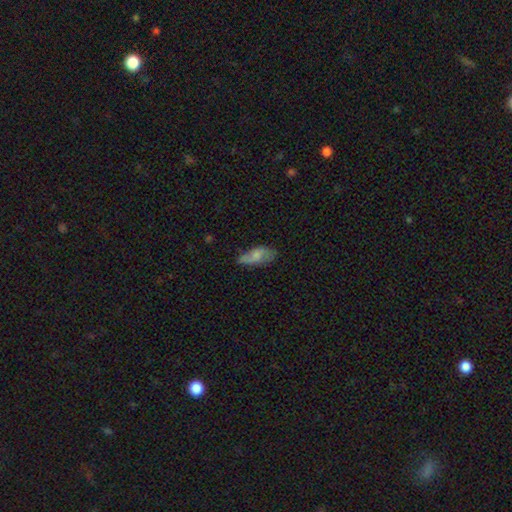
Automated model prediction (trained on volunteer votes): Morphology: type=smooth (65%); roundness=in between (85%); merging=none (49%).